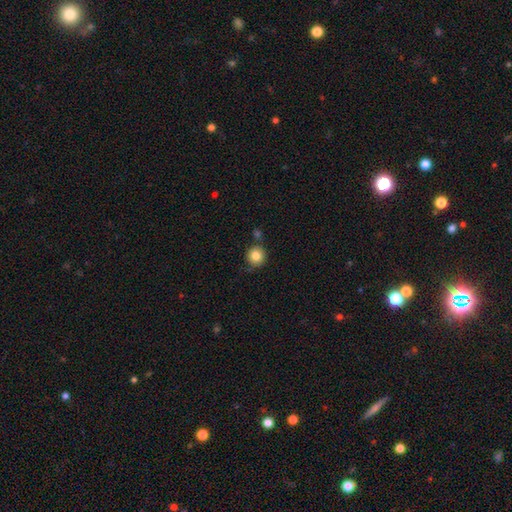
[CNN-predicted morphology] Smooth or featured? smooth (83%)
How rounded? round (92%)
Merging? none (75%)